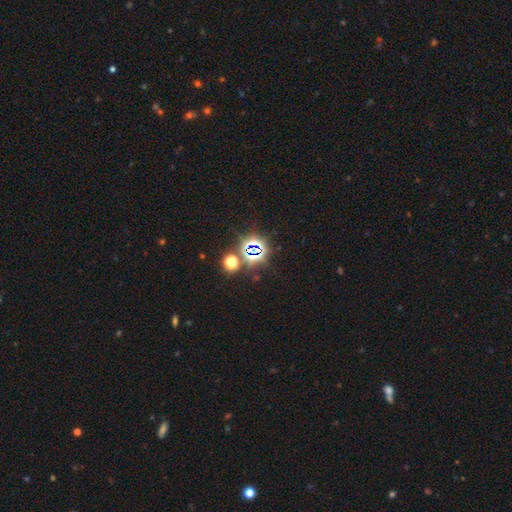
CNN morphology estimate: A star or artifact, not a galaxy (75%).